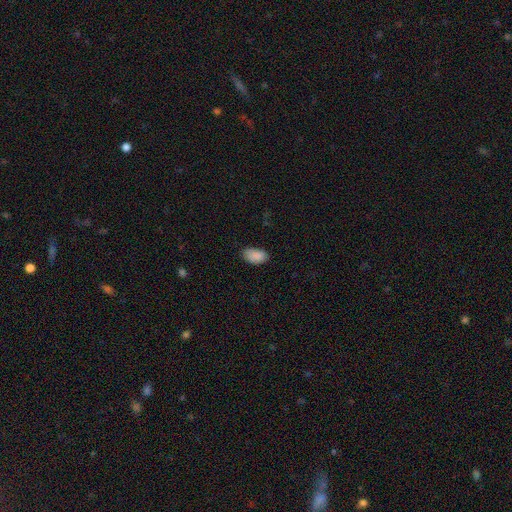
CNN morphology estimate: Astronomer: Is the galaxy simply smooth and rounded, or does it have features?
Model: smooth — 88%.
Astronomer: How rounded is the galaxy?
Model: in between — 93%.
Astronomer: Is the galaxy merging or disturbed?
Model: none — 77%.